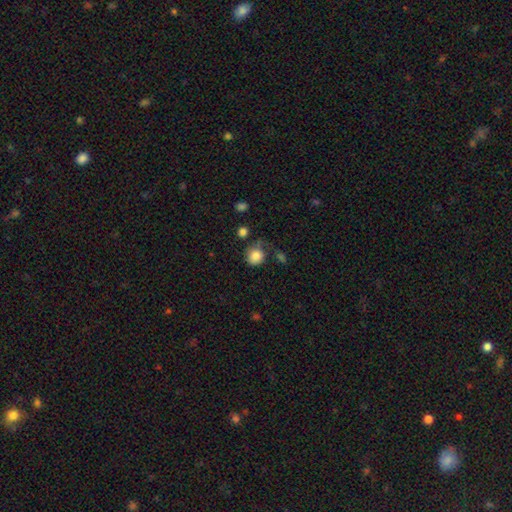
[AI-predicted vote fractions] smooth-or-featured: smooth: 83% | star or artifact: 9% | featured or disk: 8%
  how-rounded: round: 80% | in between: 19% | cigar-shaped: 1%
  merging: none: 52% | minor disturbance: 24% | major disturbance: 17% | merger: 7%